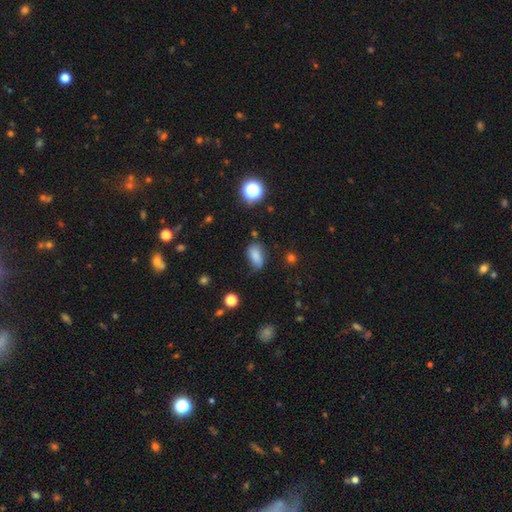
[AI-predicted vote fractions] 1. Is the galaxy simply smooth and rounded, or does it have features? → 80% smooth, 12% star or artifact, 9% featured or disk.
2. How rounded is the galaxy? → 88% in between, 7% round, 5% cigar-shaped.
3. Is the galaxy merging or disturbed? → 58% none, 31% minor disturbance, 8% major disturbance, 3% merger.